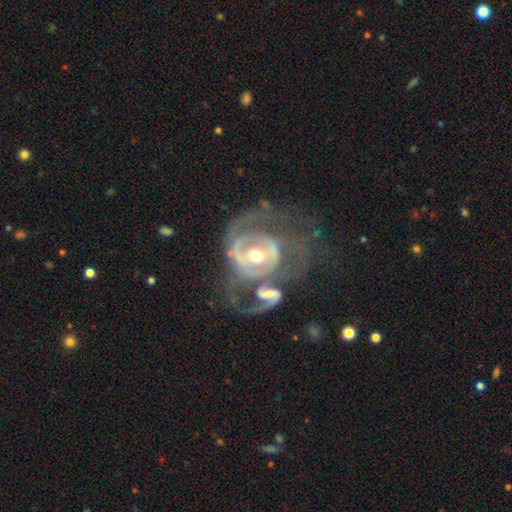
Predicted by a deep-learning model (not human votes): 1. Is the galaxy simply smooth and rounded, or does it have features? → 83% featured or disk, 11% smooth, 6% star or artifact.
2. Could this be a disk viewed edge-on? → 96% no, 4% yes.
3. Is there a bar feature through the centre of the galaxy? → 47% no, 32% weak, 21% strong.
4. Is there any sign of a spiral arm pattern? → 75% yes, 25% no.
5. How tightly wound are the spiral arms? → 39% tight, 37% medium, 24% loose.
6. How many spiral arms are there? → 47% 2, 27% can't tell, 15% 1, 7% 3, 3% 4, 2% more than 4.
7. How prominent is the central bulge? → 68% moderate, 24% small, 5% large, 1% none, 1% dominant.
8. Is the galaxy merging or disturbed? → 31% major disturbance (tied), 31% merger (tied), 24% none, 14% minor disturbance.